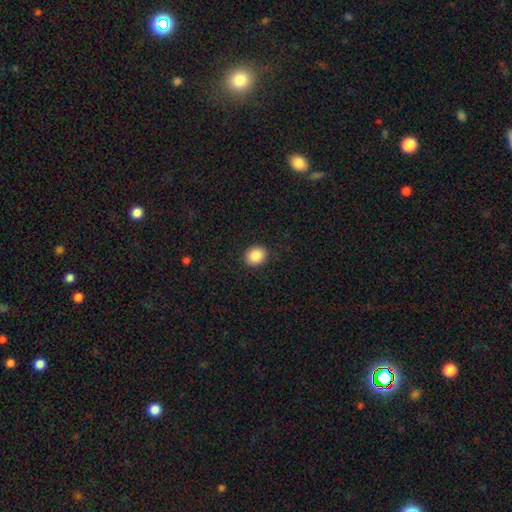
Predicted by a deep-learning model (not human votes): A smooth galaxy with no disk features (88%) that is round (64%).

Vote fractions:
- Smooth or featured? smooth: 88% / star or artifact: 9% / featured or disk: 4%
- How rounded? round: 64% / in between: 35% / cigar-shaped: 1%
- Merging? none: 90% / minor disturbance: 7% / major disturbance: 2% / merger: 1%